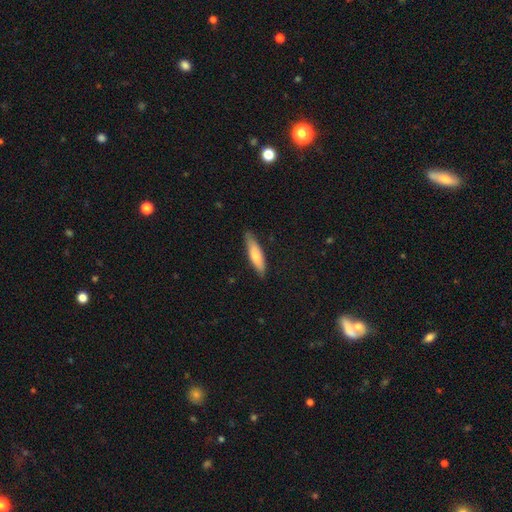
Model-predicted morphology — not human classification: smooth-or-featured: smooth: 73% | featured or disk: 22% | star or artifact: 5%
  how-rounded: cigar-shaped: 73% | in between: 25% | round: 1%
  merging: none: 81% | minor disturbance: 15% | major disturbance: 2% | merger: 1%